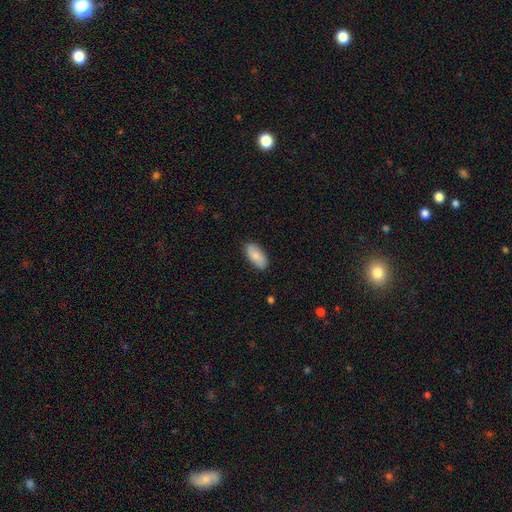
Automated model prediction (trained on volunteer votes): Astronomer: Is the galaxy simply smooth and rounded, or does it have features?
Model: smooth — 82%.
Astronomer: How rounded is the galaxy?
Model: in between — 92%.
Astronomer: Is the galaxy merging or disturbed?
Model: none — 87%.